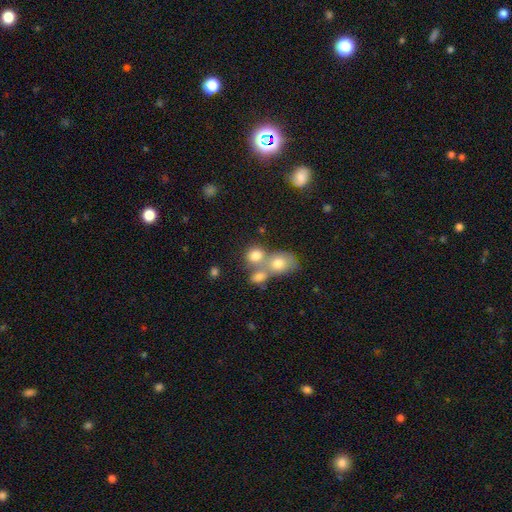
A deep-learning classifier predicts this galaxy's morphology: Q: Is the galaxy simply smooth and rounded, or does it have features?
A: smooth — 75%.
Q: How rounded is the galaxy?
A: round — 63%.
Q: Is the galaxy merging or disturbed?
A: merger — 52%.